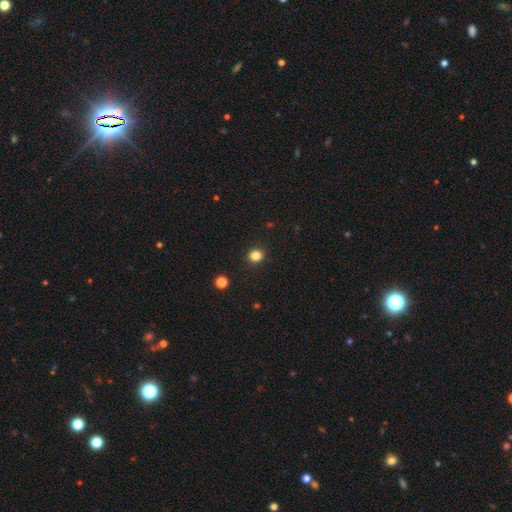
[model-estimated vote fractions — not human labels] A smooth galaxy with no disk features (84%) that is round (78%).

Vote fractions:
- Smooth or featured? smooth: 84% / star or artifact: 13% / featured or disk: 4%
- How rounded? round: 78% / in between: 21% / cigar-shaped: 1%
- Merging? none: 91% / minor disturbance: 6% / major disturbance: 2% / merger: 1%